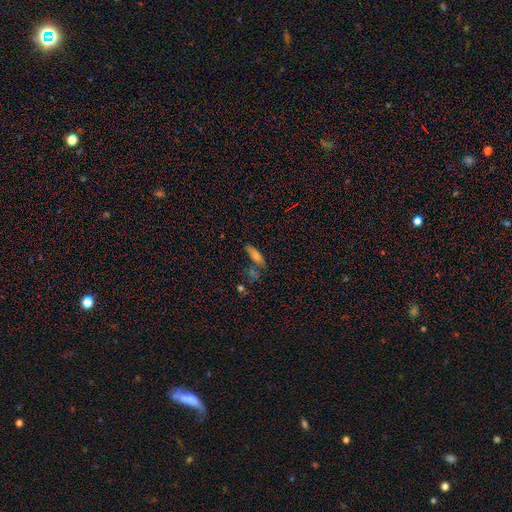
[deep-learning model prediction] smooth_or_featured: smooth (p=0.60) [alt: featured or disk p=0.29]
how_rounded: cigar-shaped (p=0.51) [alt: in between p=0.45]
merging: none (p=0.64) [alt: minor disturbance p=0.18]